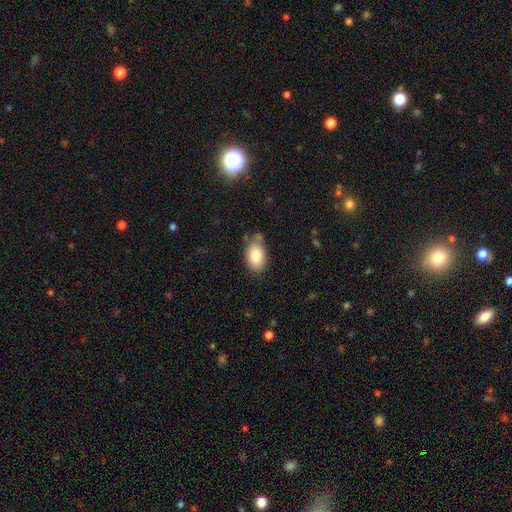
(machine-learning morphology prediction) smooth-or-featured: smooth: 83% | featured or disk: 10% | star or artifact: 7%
  how-rounded: in between: 91% | round: 8% | cigar-shaped: 2%
  merging: none: 69% | minor disturbance: 21% | merger: 6% | major disturbance: 4%